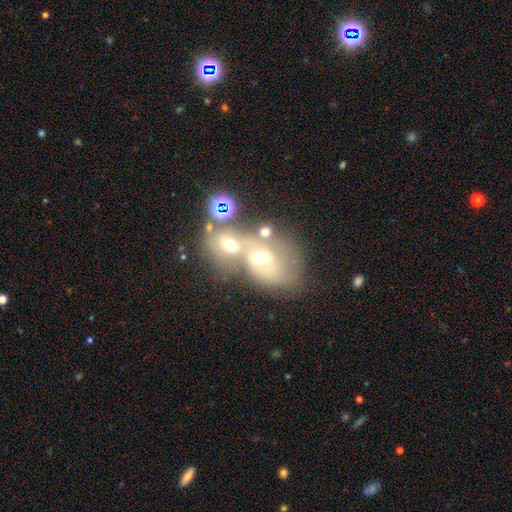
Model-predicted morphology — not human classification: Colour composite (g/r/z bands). It shows a featured or disk galaxy (40%). Merging: merger (67%).